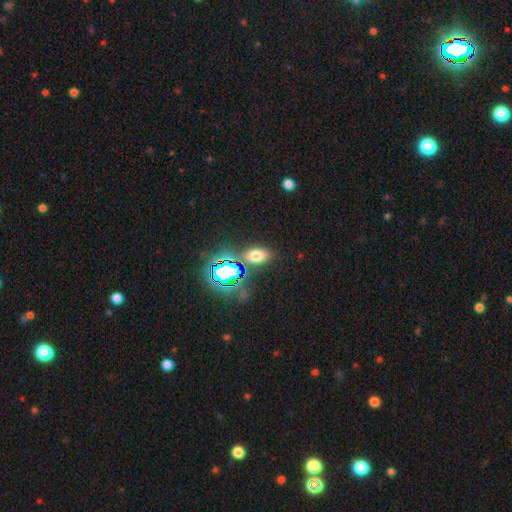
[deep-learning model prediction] Morphology: type=smooth (58%); roundness=in between (85%); merging=none (80%).